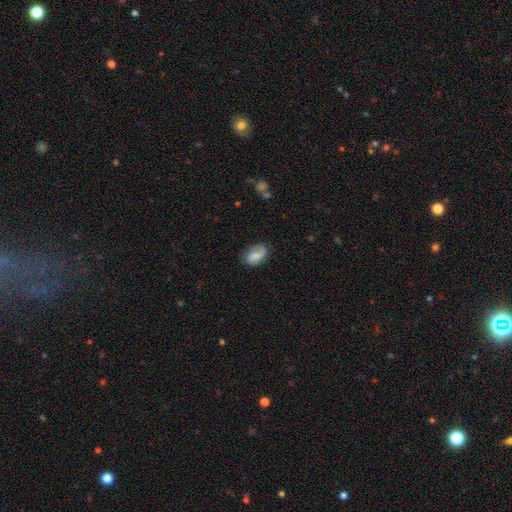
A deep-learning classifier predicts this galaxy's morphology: Smooth or featured?
  - featured or disk: 60% *
  - smooth: 33%
  - star or artifact: 7%
Edge-on disk?
  - no: 97% *
  - yes: 3%
Bar?
  - weak: 46% *
  - no: 42%
  - strong: 11%
Spiral arms?
  - yes: 92% *
  - no: 8%
Spiral winding?
  - medium: 43% *
  - loose: 36%
  - tight: 21%
Spiral arm count?
  - 2: 76% *
  - 1: 15%
  - can't tell: 7%
  - 3: 1%
  - 4: 1%
  - more than 4: 1%
Bulge size?
  - moderate: 39% *
  - small: 36%
  - none: 18%
  - large: 6%
  - dominant: 2%
Merging?
  - none: 75% *
  - minor disturbance: 18%
  - major disturbance: 6%
  - merger: 1%